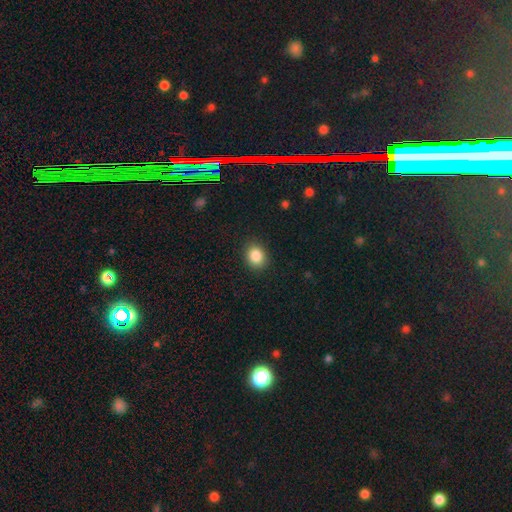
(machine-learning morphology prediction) A smooth galaxy with no disk features (86%) that is round (58%).

Vote fractions:
- Smooth or featured? smooth: 86% / star or artifact: 9% / featured or disk: 4%
- How rounded? round: 58% / in between: 41% / cigar-shaped: 1%
- Merging? none: 89% / minor disturbance: 8% / major disturbance: 2% / merger: 1%